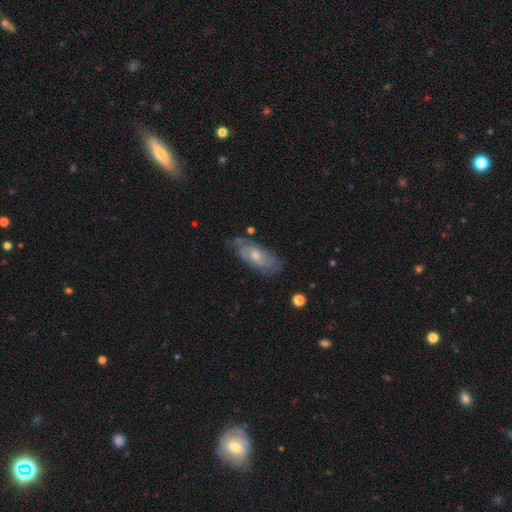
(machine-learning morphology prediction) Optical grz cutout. It shows a featured or disk galaxy (58%) with no bar (70%), spiral arms (78%) and a moderate central bulge (53%). Merging: none (66%).